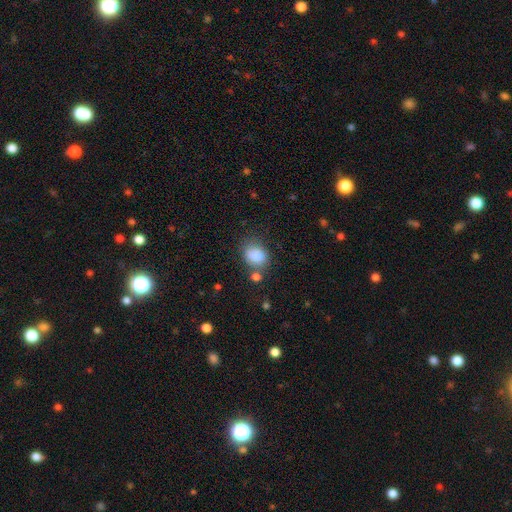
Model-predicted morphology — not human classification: This appears to be a smooth galaxy with no disk features (83%) that is in between round and cigar-shaped (57%). Merging: none (57%).